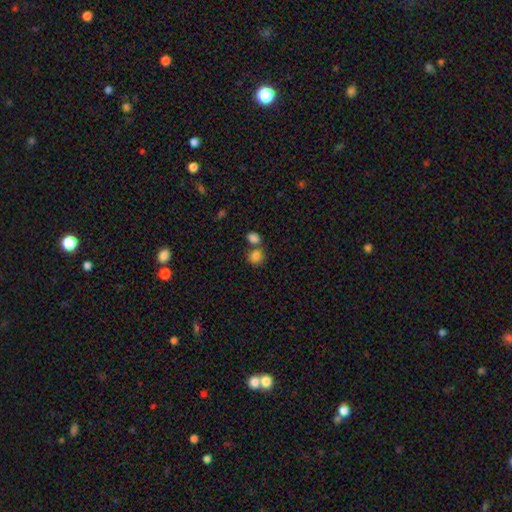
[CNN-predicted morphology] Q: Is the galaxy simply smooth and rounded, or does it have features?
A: smooth — 84%.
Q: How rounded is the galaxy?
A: round — 68%.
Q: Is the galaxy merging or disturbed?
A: none — 51%.